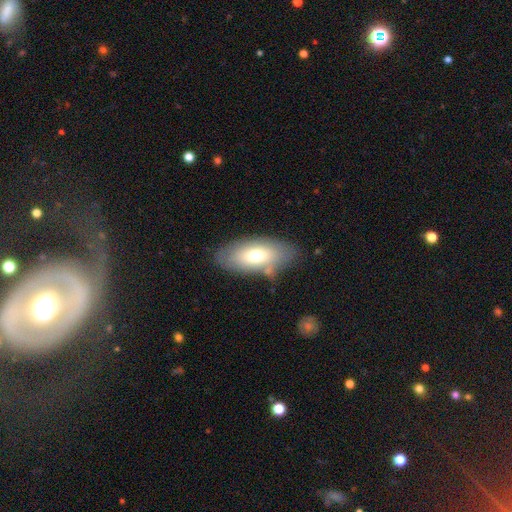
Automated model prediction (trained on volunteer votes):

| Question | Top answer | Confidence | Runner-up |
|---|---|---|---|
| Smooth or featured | smooth | 69% | featured or disk (23%) |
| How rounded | in between | 89% | cigar-shaped (8%) |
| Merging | none | 73% | minor disturbance (17%) |